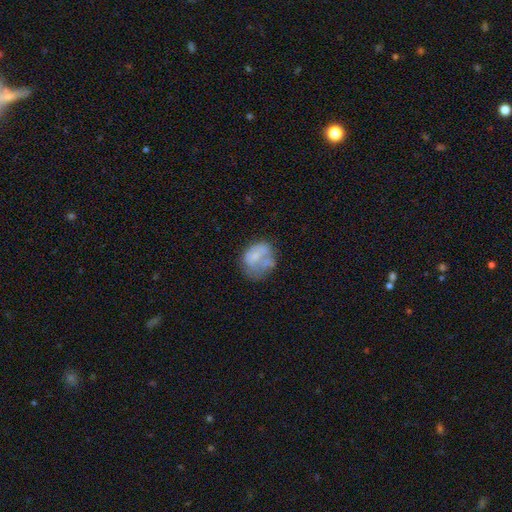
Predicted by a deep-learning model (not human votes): Q: Smooth or featured?
A: smooth (55%); runner-up: featured or disk (36%)
Q: How rounded?
A: round (53%); runner-up: in between (46%)
Q: Merging?
A: none (38%); runner-up: minor disturbance (27%)